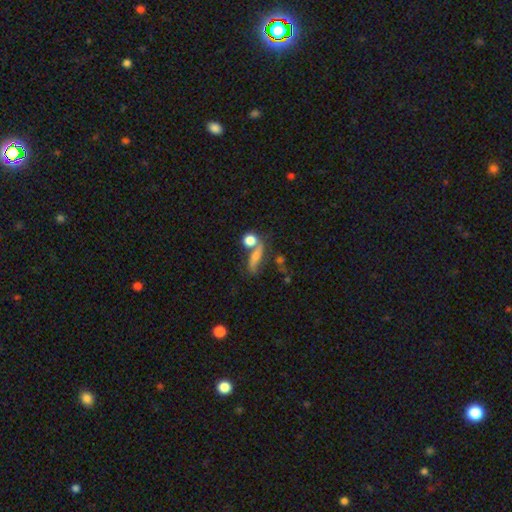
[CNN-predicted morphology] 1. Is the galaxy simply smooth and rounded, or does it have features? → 52% smooth, 33% featured or disk, 15% star or artifact.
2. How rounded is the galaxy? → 42% cigar-shaped, 35% in between, 24% round.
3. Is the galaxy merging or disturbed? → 44% none, 27% merger, 16% minor disturbance, 12% major disturbance.